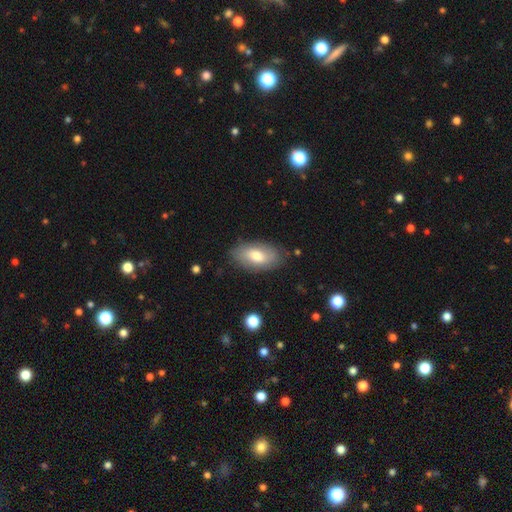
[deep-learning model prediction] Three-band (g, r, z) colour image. It shows a smooth galaxy with no disk features (66%) that is in between round and cigar-shaped (92%). Merging: none (83%).